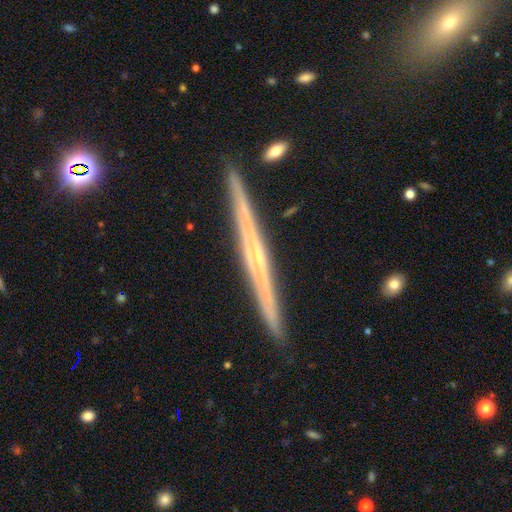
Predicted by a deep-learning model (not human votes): smooth_or_featured: featured or disk (p=0.74) [alt: smooth p=0.19]
disk_edge_on: yes (p=0.98) [alt: no p=0.02]
edge_on_bulge: none (p=0.60) [alt: rounded p=0.32]
merging: none (p=0.91) [alt: minor disturbance p=0.06]